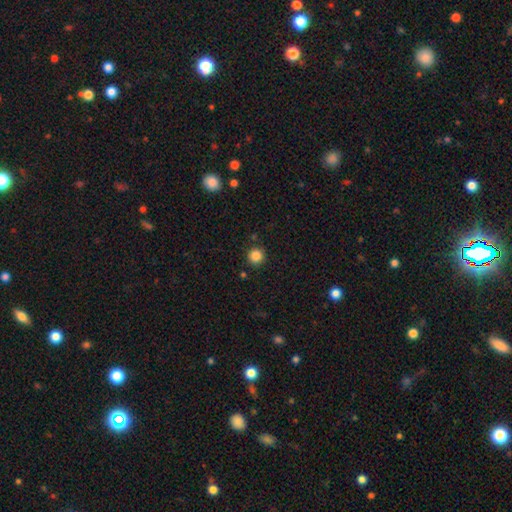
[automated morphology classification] type=smooth (86%); roundness=round (95%); merging=none (89%).